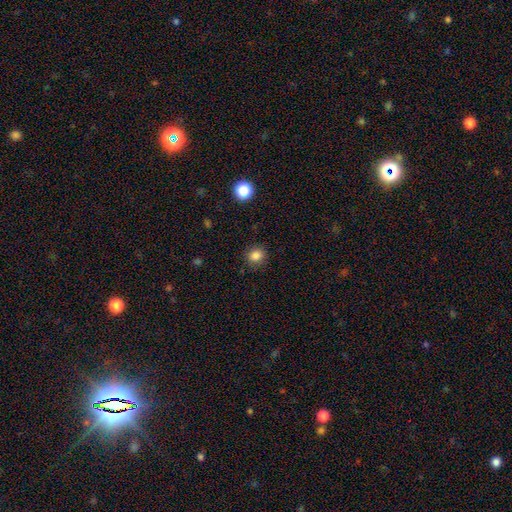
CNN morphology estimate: smooth_or_featured: smooth (p=0.84) [alt: star or artifact p=0.12]
how_rounded: round (p=0.76) [alt: in between p=0.23]
merging: none (p=0.88) [alt: minor disturbance p=0.08]